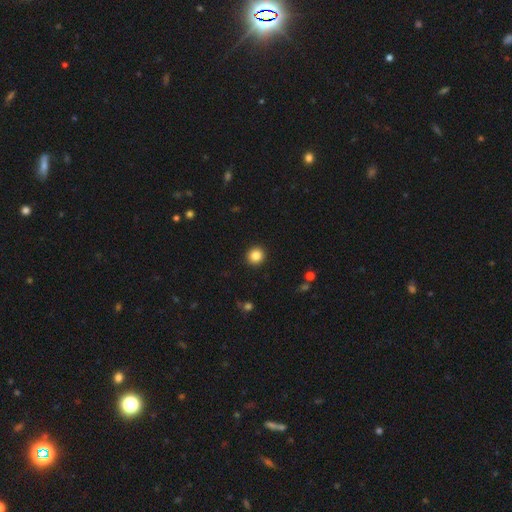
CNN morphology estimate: This is clearly a smooth galaxy (85%). How rounded: clearly round (93%). Merging: clearly none (93%).